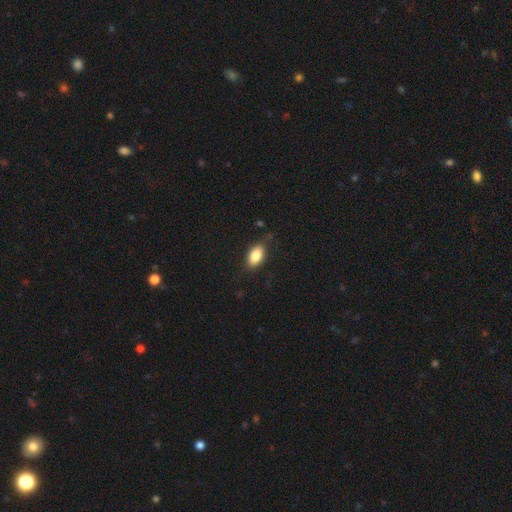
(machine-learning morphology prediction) Smooth or featured? Predicted: smooth (p=0.84). How rounded? Predicted: in between (p=0.91). Merging? Predicted: none (p=0.80).